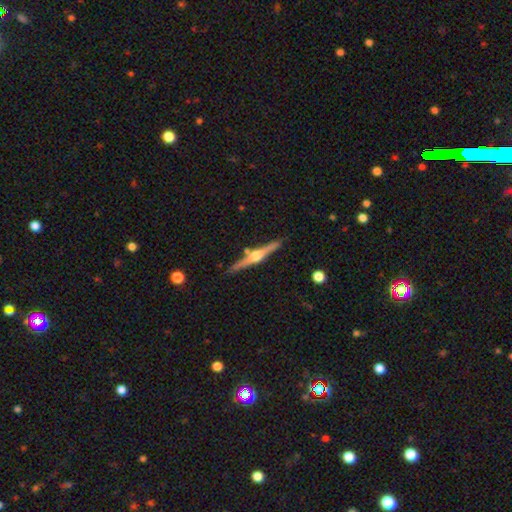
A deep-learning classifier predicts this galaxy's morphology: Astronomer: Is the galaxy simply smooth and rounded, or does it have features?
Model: featured or disk — 79%.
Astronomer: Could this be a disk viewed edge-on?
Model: yes — 98%.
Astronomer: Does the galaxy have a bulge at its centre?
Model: rounded — 94%.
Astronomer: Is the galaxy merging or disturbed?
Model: none — 85%.